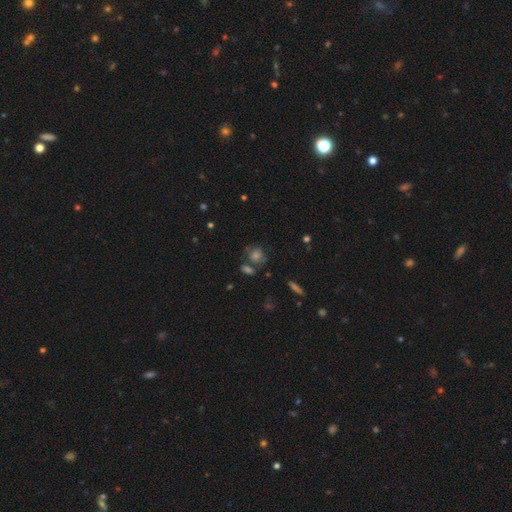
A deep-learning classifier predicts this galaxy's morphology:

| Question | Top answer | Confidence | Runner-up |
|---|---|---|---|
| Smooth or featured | smooth | 45% | star or artifact (29%) |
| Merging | none | 61% | merger (18%) |